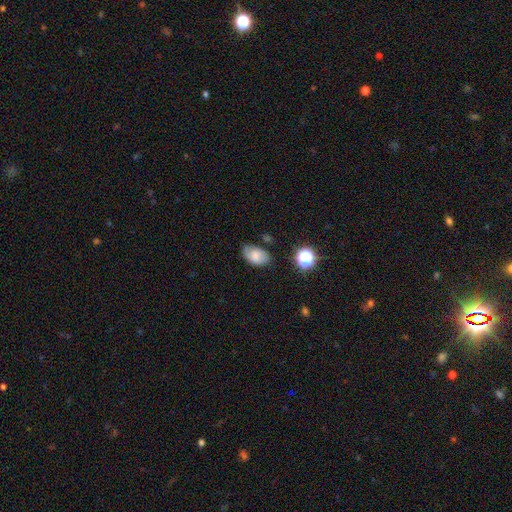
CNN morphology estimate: Smooth or featured?
  - smooth: 70% *
  - featured or disk: 19%
  - star or artifact: 11%
How rounded?
  - in between: 89% *
  - round: 10%
  - cigar-shaped: 1%
Merging?
  - none: 68% *
  - minor disturbance: 24%
  - major disturbance: 5%
  - merger: 3%